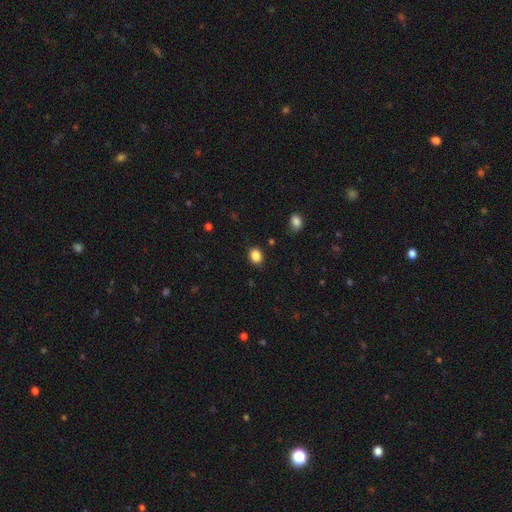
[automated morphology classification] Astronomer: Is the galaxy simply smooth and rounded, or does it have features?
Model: smooth — 87%.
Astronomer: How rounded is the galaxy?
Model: in between — 50% (runner-up: round, 49%).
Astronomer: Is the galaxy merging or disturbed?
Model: none — 87%.